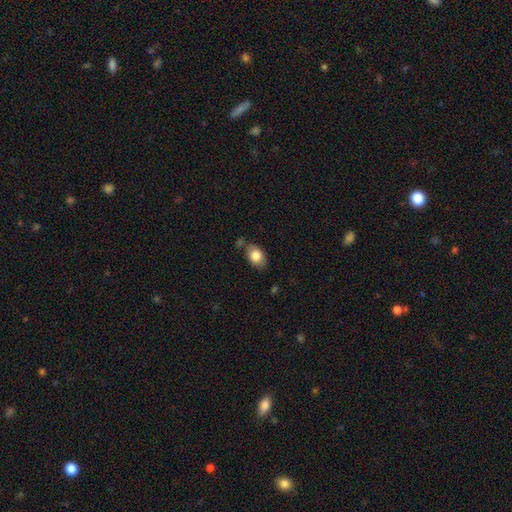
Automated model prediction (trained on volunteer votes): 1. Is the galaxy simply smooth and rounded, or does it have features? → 82% smooth, 11% featured or disk, 7% star or artifact.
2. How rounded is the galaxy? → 78% in between, 21% round, 1% cigar-shaped.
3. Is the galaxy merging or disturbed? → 63% none, 22% minor disturbance, 9% merger, 5% major disturbance.